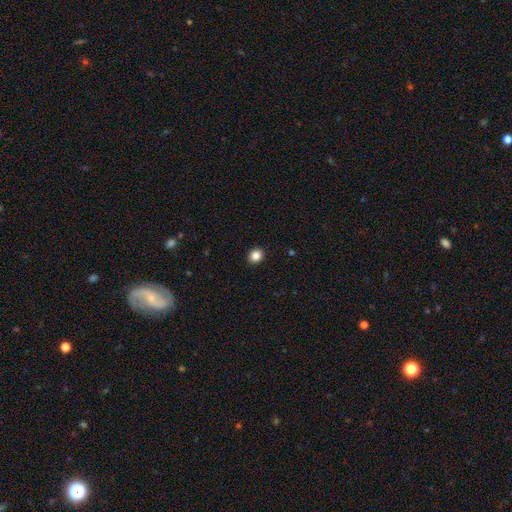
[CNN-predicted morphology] Smooth or featured? Predicted: smooth (p=0.85). How rounded? Predicted: round (p=0.78). Merging? Predicted: none (p=0.92).